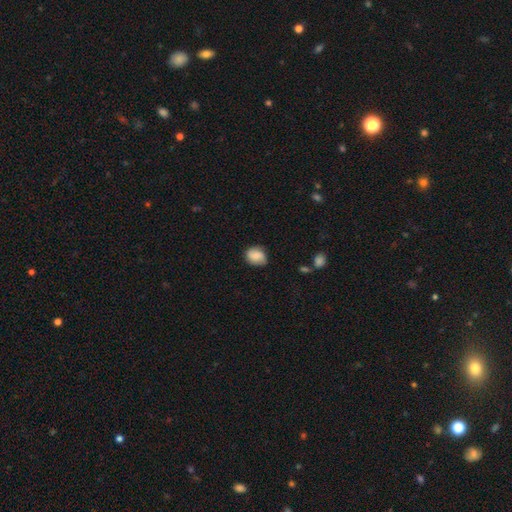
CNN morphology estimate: Q: Smooth or featured?
A: smooth (82%); runner-up: featured or disk (11%)
Q: How rounded?
A: round (54%); runner-up: in between (45%)
Q: Merging?
A: none (76%); runner-up: minor disturbance (19%)